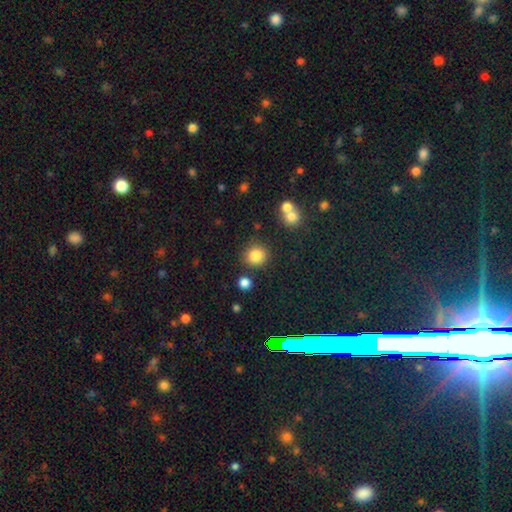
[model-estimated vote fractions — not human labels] This appears to be a smooth galaxy with no disk features (84%) that is round (91%). Merging: none (84%).